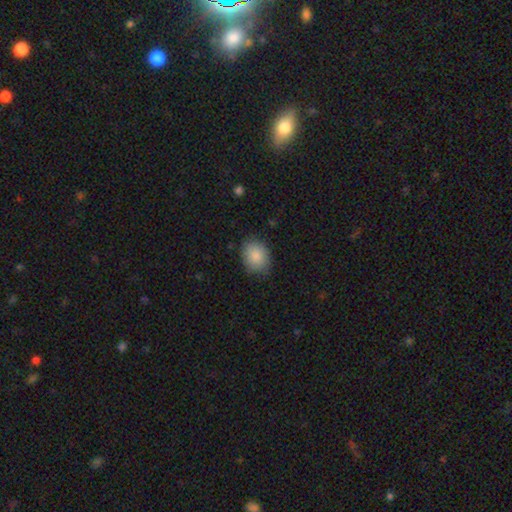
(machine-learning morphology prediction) smooth_or_featured: smooth (p=0.88) [alt: star or artifact p=0.07]
how_rounded: in between (p=0.54) [alt: round p=0.45]
merging: none (p=0.82) [alt: minor disturbance p=0.14]